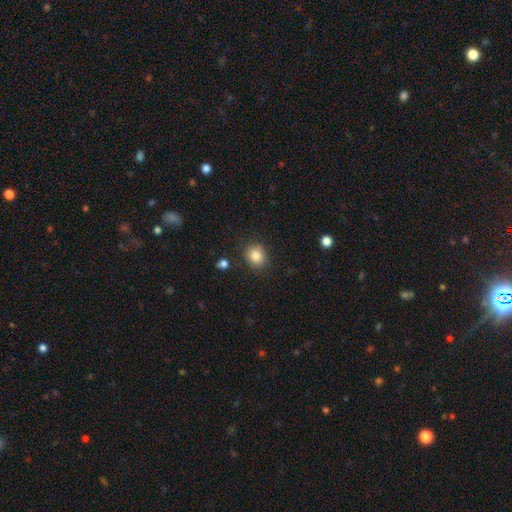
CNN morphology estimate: This is clearly a smooth galaxy (83%). How rounded: likely round (74%). Merging: clearly none (85%).